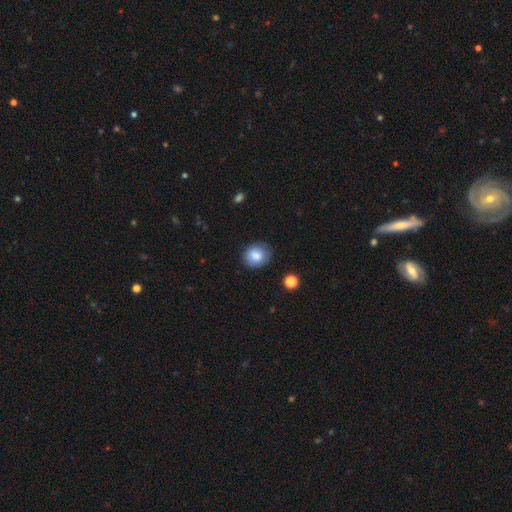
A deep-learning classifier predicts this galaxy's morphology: Smooth or featured?
  - smooth: 85% *
  - star or artifact: 8%
  - featured or disk: 7%
How rounded?
  - round: 75% *
  - in between: 24%
  - cigar-shaped: 1%
Merging?
  - none: 82% *
  - minor disturbance: 13%
  - major disturbance: 3%
  - merger: 1%